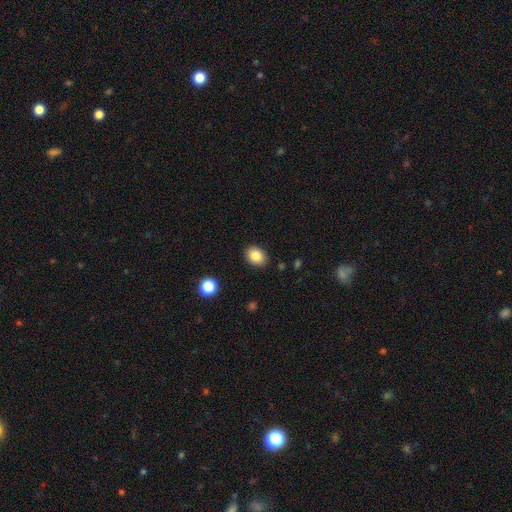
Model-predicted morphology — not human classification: smooth 85%, star or artifact 9%, featured or disk 7%. Down the decision tree: how rounded — in between (65%); merging — none (88%).